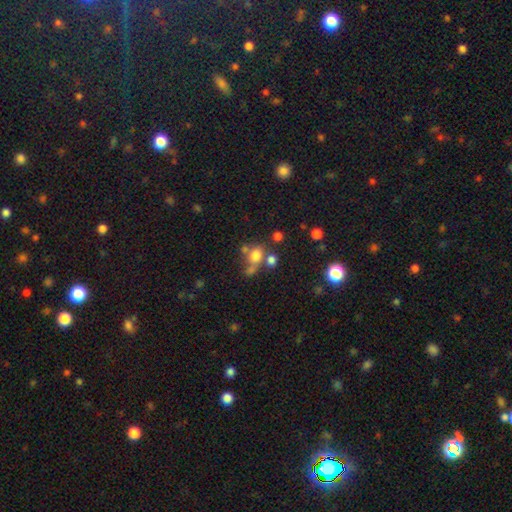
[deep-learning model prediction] smooth 71%, star or artifact 16%, featured or disk 13%. Down the decision tree: how rounded — round (55%); merging — none (41%).